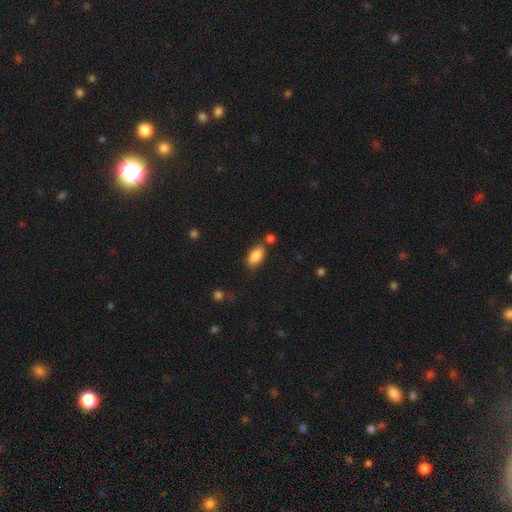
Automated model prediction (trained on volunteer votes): A smooth galaxy with no disk features (86%) that is in between round and cigar-shaped (91%).

Vote fractions:
- Smooth or featured? smooth: 86% / star or artifact: 8% / featured or disk: 6%
- How rounded? in between: 91% / round: 5% / cigar-shaped: 4%
- Merging? none: 67% / minor disturbance: 15% / merger: 13% / major disturbance: 4%